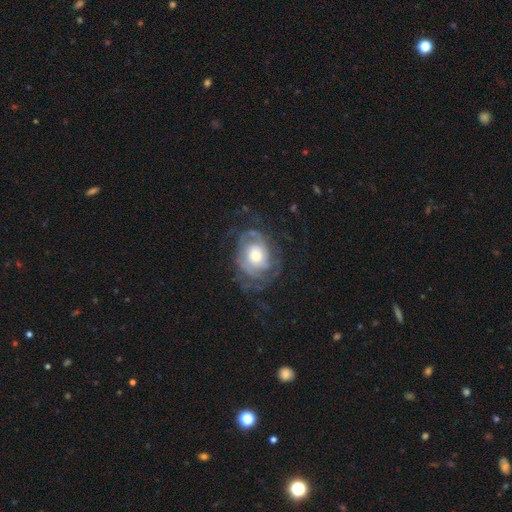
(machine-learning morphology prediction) This is likely a featured or disk galaxy (78%). It is clearly not viewed edge-on (97%). Bar: likely no (79%). Spiral arm pattern: clearly yes (86%). Spiral arm count: marginally can't tell (41%). Spiral winding: possibly tight (54%). Central bulge: possibly moderate (46%). Merging: possibly none (58%).